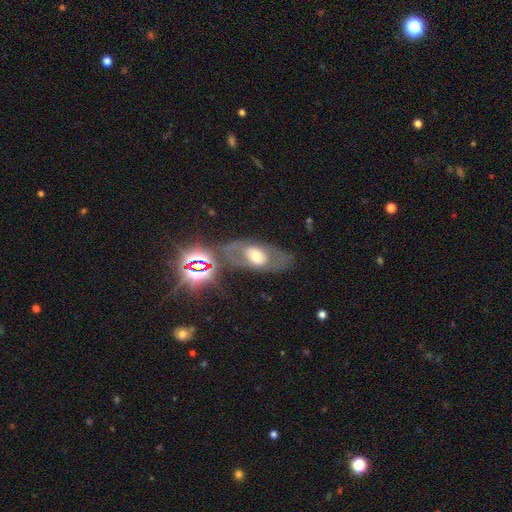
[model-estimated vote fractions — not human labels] Morphology: type=featured or disk (50%); edge-on=no (85%); merging=none (64%).